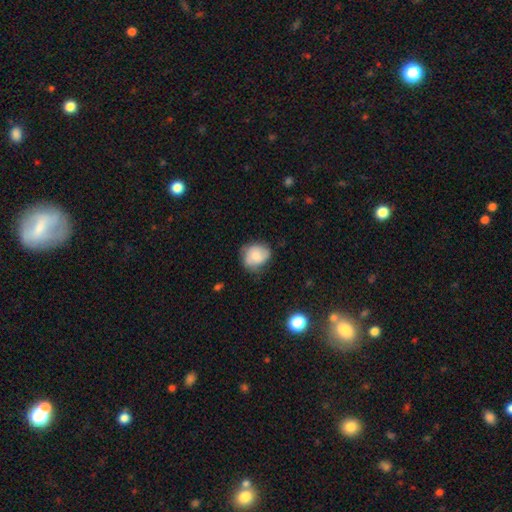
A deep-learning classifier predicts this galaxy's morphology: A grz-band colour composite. It shows a smooth galaxy with no disk features (66%) that is round (66%). Merging: none (62%).